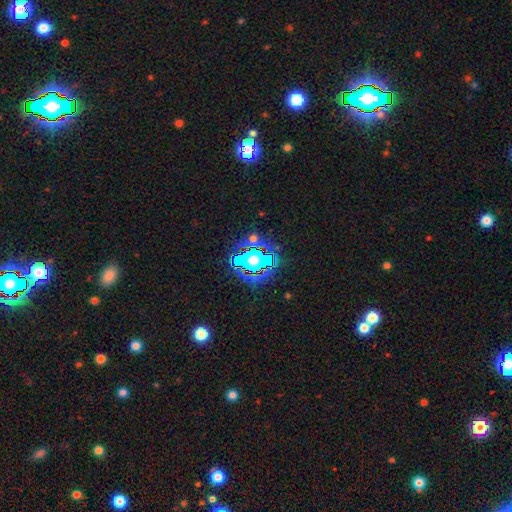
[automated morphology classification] Q: Smooth or featured?
A: star or artifact (52%); runner-up: smooth (31%)